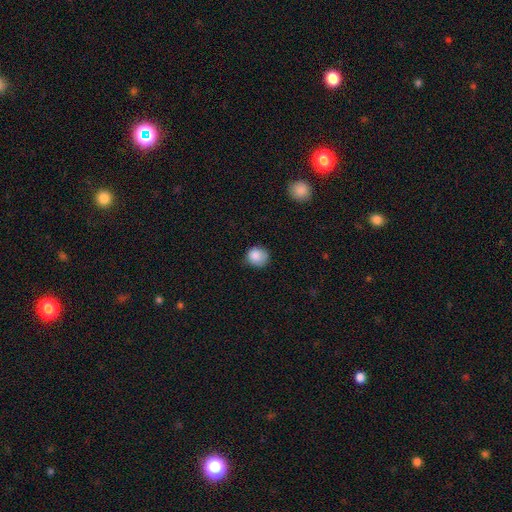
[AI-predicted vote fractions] Smooth or featured? Predicted: smooth (p=0.86). How rounded? Predicted: round (p=0.84). Merging? Predicted: none (p=0.71).